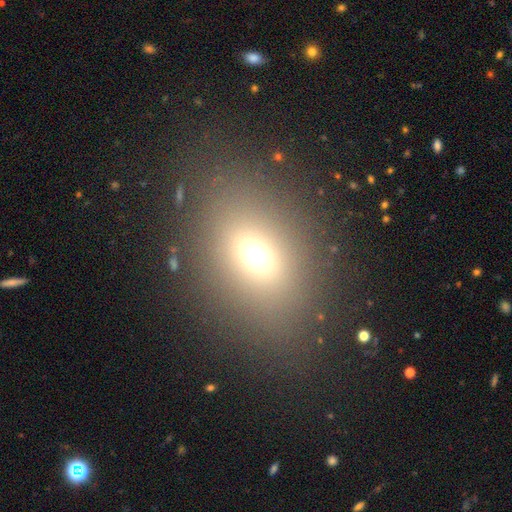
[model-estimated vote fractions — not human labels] Morphology: type=smooth (65%); roundness=in between (68%); merging=none (83%).